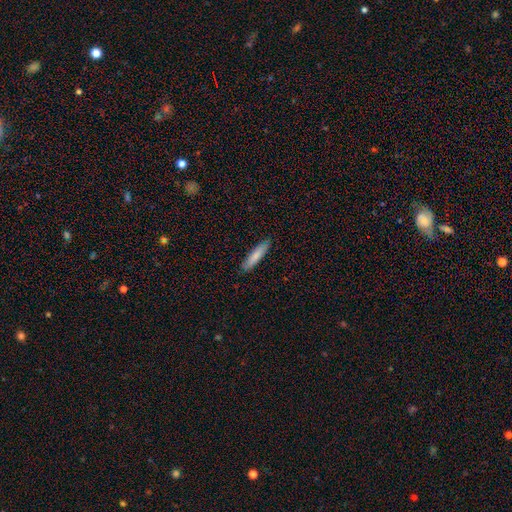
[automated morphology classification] Smooth or featured? Predicted: smooth (p=0.81). How rounded? Predicted: cigar-shaped (p=0.81). Merging? Predicted: none (p=0.89).